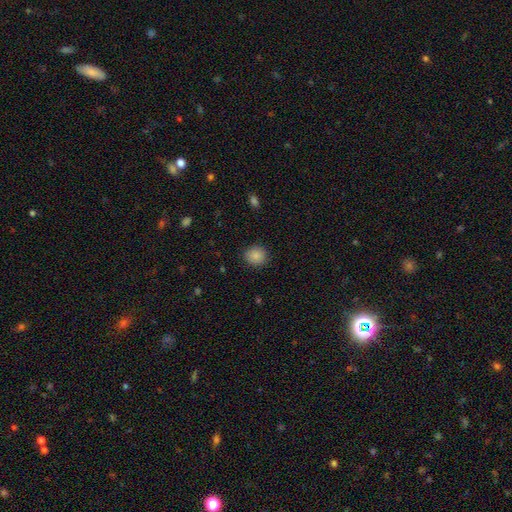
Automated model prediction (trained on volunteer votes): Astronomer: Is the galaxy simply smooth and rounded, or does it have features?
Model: smooth — 87%.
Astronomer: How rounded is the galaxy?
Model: round — 83%.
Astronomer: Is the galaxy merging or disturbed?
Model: none — 89%.